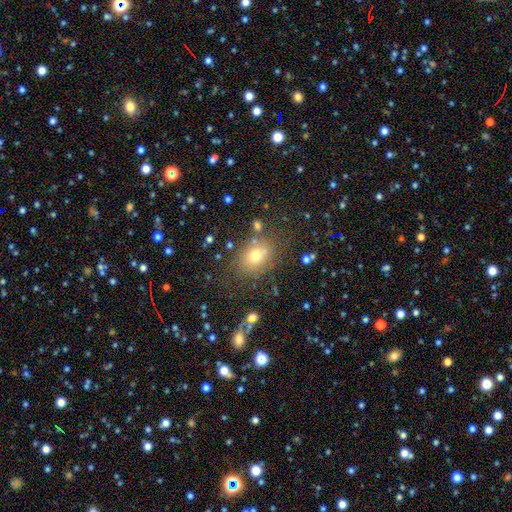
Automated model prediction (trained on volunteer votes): This appears to be a smooth galaxy with no disk features (71%) that is in between round and cigar-shaped (56%). Merging: none (70%).